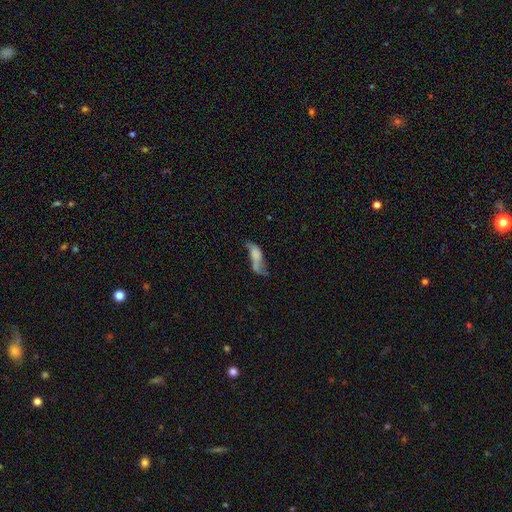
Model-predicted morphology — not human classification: This appears to be a smooth galaxy with no disk features (47%). Merging: major disturbance (36%).